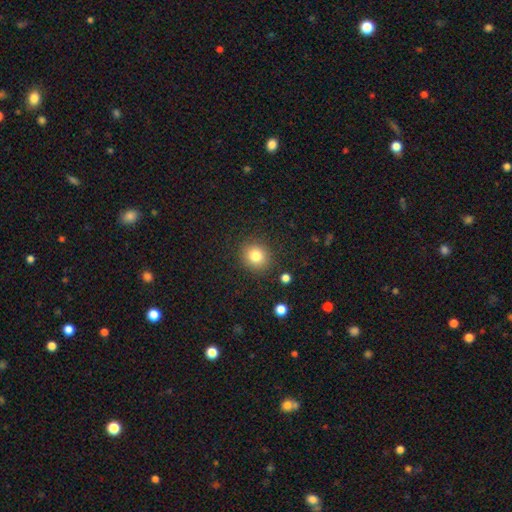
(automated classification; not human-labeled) smooth_or_featured: smooth (p=0.82) [alt: star or artifact p=0.11]
how_rounded: round (p=0.85) [alt: in between p=0.15]
merging: none (p=0.88) [alt: minor disturbance p=0.08]